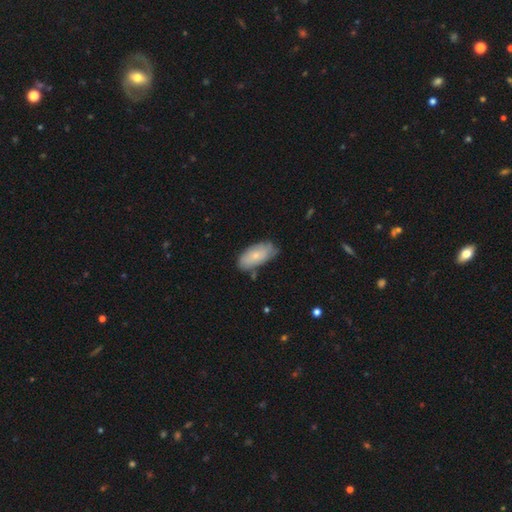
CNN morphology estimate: smooth_or_featured: smooth (p=0.68) [alt: featured or disk p=0.26]
how_rounded: in between (p=0.91) [alt: cigar-shaped p=0.06]
merging: none (p=0.65) [alt: minor disturbance p=0.26]